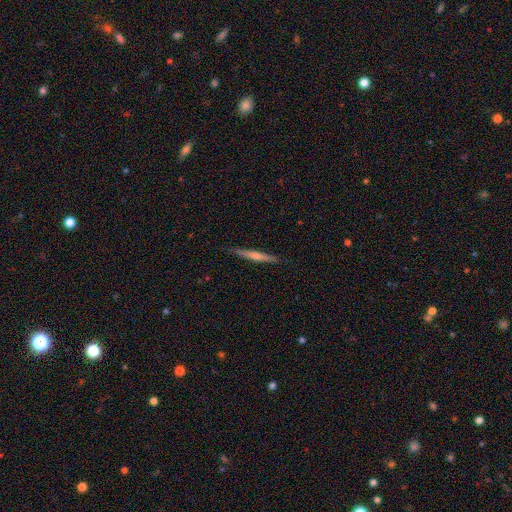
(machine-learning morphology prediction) Overall: featured or disk (67%). Edge-on disk: yes (97%). Edge-on bulge: rounded (62%; none 29%). Merging: none (90%).